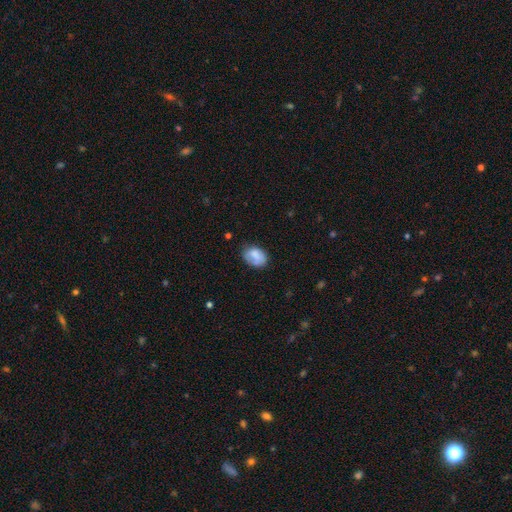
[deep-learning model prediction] A smooth galaxy with no disk features (76%) that is in between round and cigar-shaped (75%).

Vote fractions:
- Smooth or featured? smooth: 76% / featured or disk: 16% / star or artifact: 8%
- How rounded? in between: 75% / round: 24% / cigar-shaped: 1%
- Merging? none: 58% / minor disturbance: 28% / major disturbance: 9% / merger: 5%